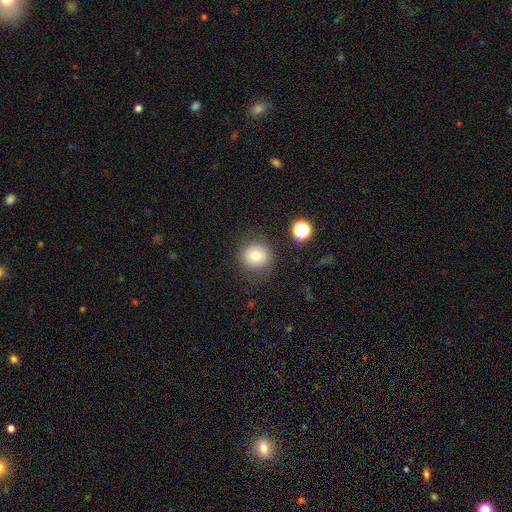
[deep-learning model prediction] This appears to be a smooth galaxy with no disk features (76%) that is round (92%). Merging: none (83%).